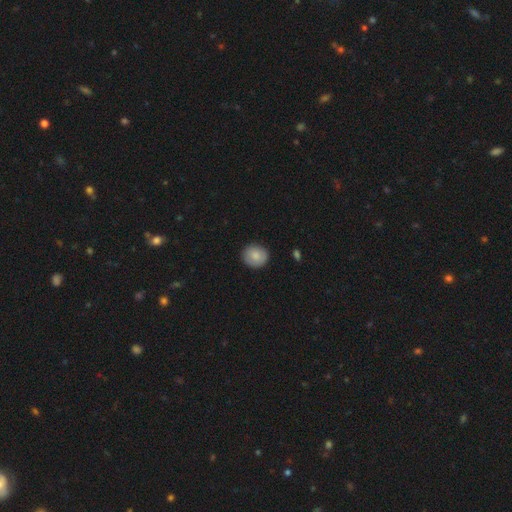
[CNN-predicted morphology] Smooth or featured? smooth (83%)
How rounded? round (81%)
Merging? none (87%)